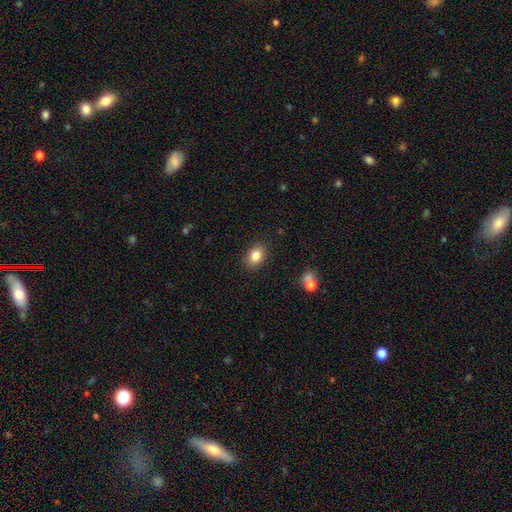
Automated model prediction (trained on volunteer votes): smooth_or_featured: smooth (p=0.83) [alt: star or artifact p=0.09]
how_rounded: in between (p=0.71) [alt: round p=0.27]
merging: none (p=0.87) [alt: minor disturbance p=0.09]